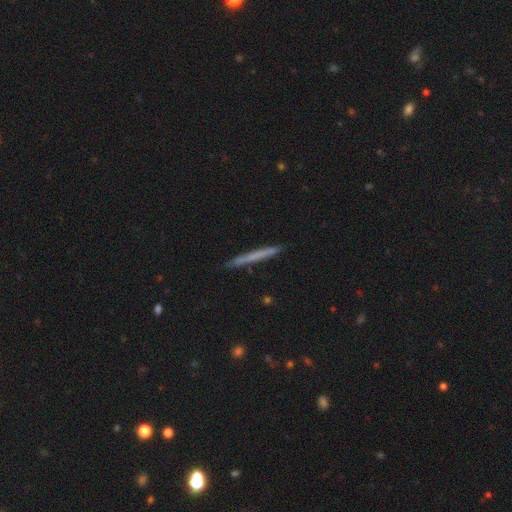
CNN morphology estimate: smooth_or_featured: smooth (p=0.58) [alt: featured or disk p=0.36]
how_rounded: cigar-shaped (p=0.97) [alt: in between p=0.02]
merging: none (p=0.88) [alt: minor disturbance p=0.09]